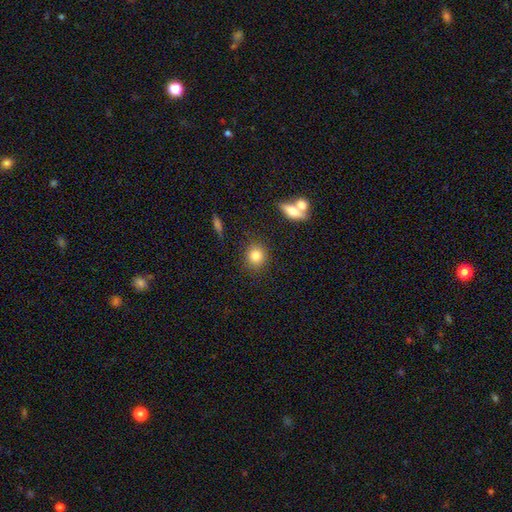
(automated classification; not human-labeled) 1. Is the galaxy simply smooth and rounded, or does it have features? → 83% smooth, 10% star or artifact, 7% featured or disk.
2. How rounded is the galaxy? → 82% round, 16% in between, 2% cigar-shaped.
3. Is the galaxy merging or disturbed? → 84% none, 9% minor disturbance, 4% merger, 3% major disturbance.